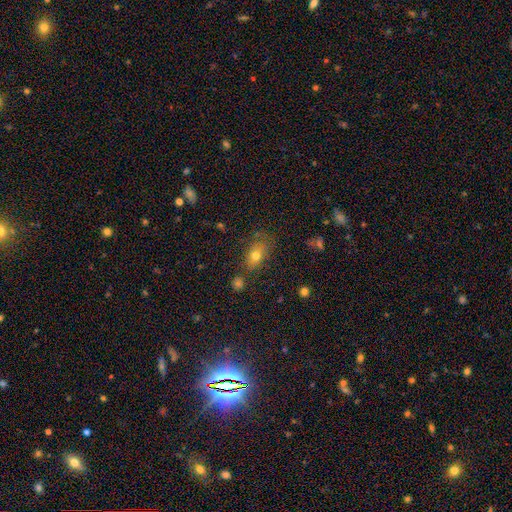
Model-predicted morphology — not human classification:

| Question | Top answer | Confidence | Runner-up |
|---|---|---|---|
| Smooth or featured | smooth | 75% | featured or disk (13%) |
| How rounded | in between | 79% | round (18%) |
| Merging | none | 65% | minor disturbance (21%) |